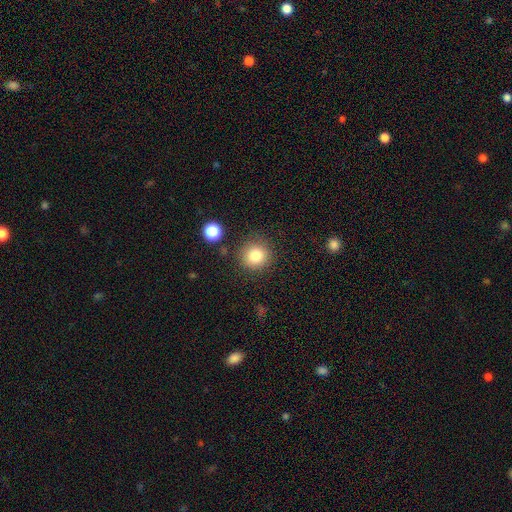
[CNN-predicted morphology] Overall: smooth (81%). How rounded: round (92%). Merging: none (84%).